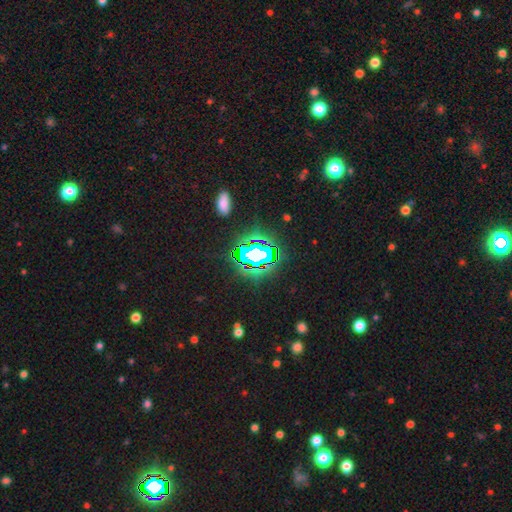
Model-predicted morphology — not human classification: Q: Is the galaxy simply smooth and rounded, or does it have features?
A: star or artifact — 69%.